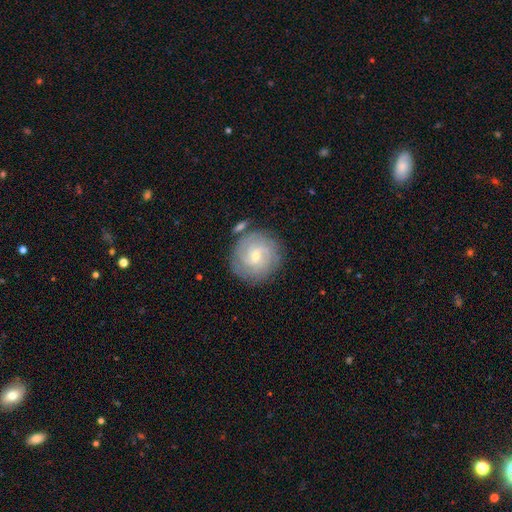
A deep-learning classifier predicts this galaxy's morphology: The model was most divided on "spiral arm count": can't tell: 29%, 3: 23%, 4: 19%, 2: 18%, more than 4: 6%, 1: 5%. More confident: edge-on disk — no (97%); spiral arms — yes (95%); merging — none (79%); smooth or featured — featured or disk (78%); spiral winding — tight (66%); bulge size — small (66%); bar — weak (50%).